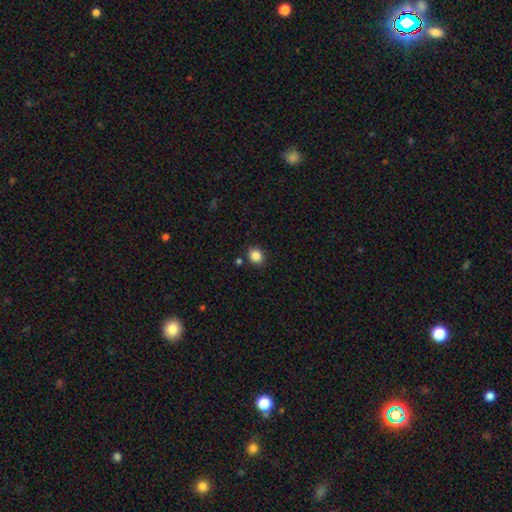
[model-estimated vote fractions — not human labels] This is clearly a smooth galaxy (86%). How rounded: likely round (67%). Merging: clearly none (86%).